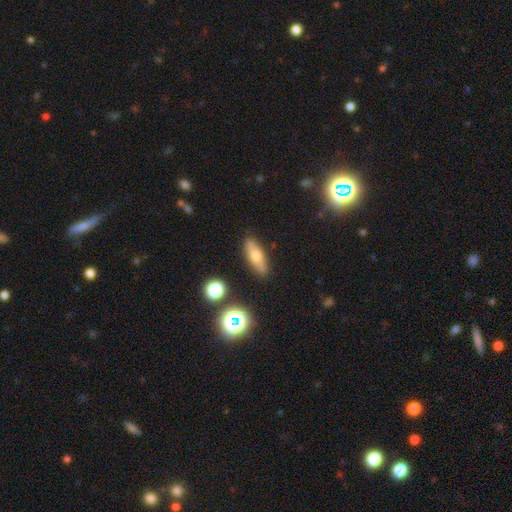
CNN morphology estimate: The model was most divided on "how rounded": in between: 55%, cigar-shaped: 40%, round: 5%. More confident: merging — none (86%); smooth or featured — smooth (59%).